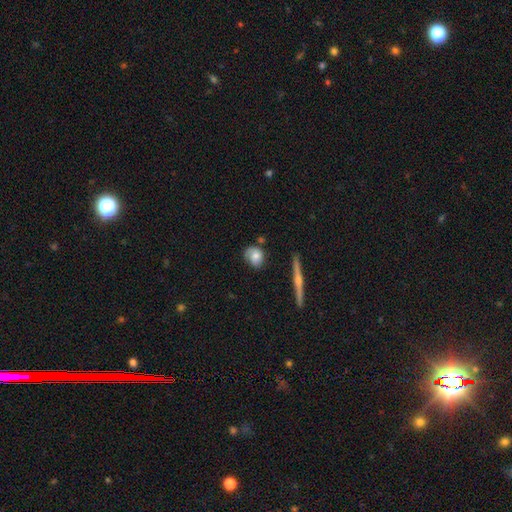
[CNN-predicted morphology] A smooth galaxy with no disk features (62%) that is round (60%). Merging: none (60%).